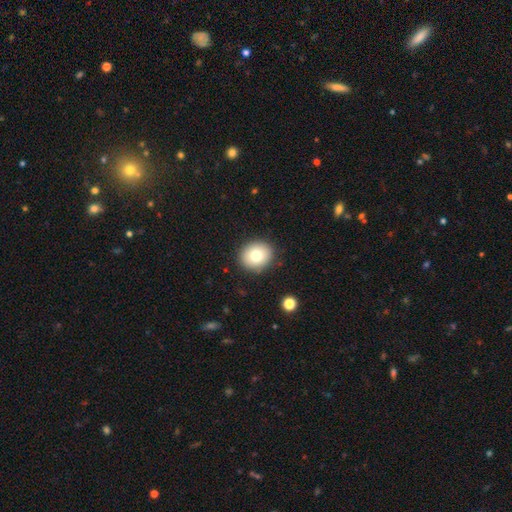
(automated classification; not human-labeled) Morphology: type=smooth (77%); roundness=round (79%); merging=none (91%).